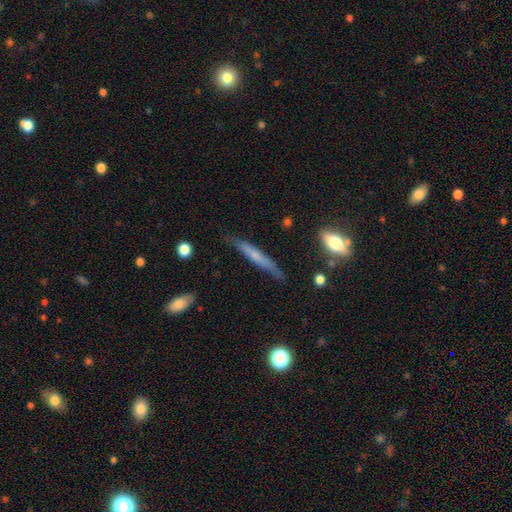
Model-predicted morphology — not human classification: smooth-or-featured: smooth: 51% | featured or disk: 42% | star or artifact: 7%
  how-rounded: cigar-shaped: 94% | in between: 5% | round: 2%
  merging: none: 79% | minor disturbance: 16% | major disturbance: 3% | merger: 2%